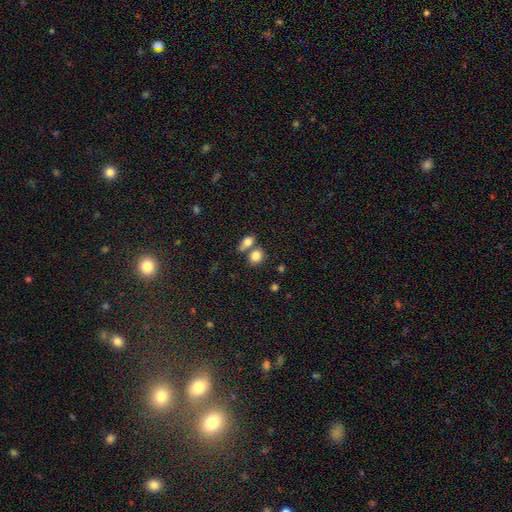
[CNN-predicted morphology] A smooth galaxy with no disk features (82%) that is round (50%). Merging: none (47%).